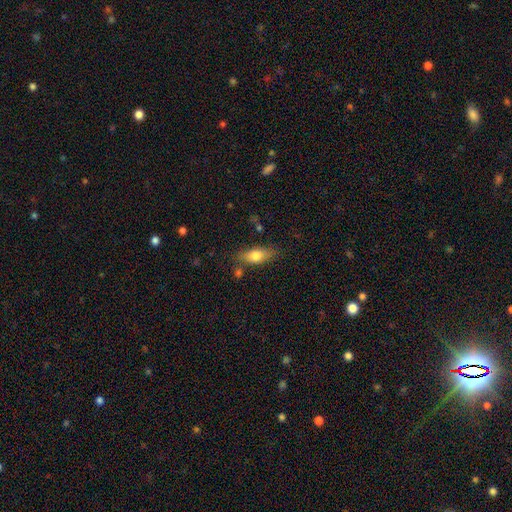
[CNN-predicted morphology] This is likely a smooth galaxy (70%). How rounded: likely in between (74%). Merging: likely none (75%).